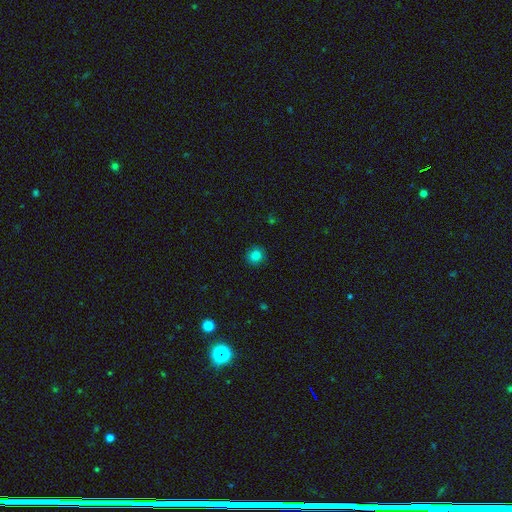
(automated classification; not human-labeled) This appears to be a smooth galaxy with no disk features (84%) that is round (92%). Merging: none (90%).